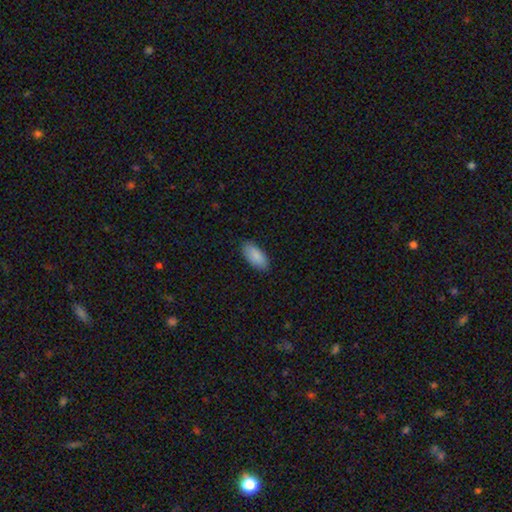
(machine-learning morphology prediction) A smooth galaxy with no disk features (89%) that is in between round and cigar-shaped (91%).

Vote fractions:
- Smooth or featured? smooth: 89% / star or artifact: 6% / featured or disk: 5%
- How rounded? in between: 91% / cigar-shaped: 7% / round: 2%
- Merging? none: 87% / minor disturbance: 10% / major disturbance: 2% / merger: 1%